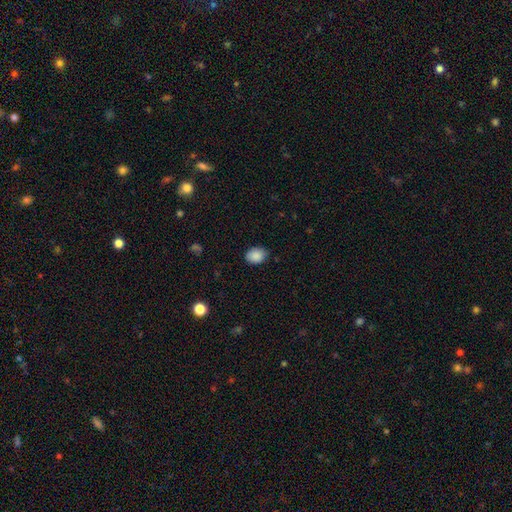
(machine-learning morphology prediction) smooth 88%, star or artifact 8%, featured or disk 4%. Down the decision tree: how rounded — in between (67%); merging — none (80%).